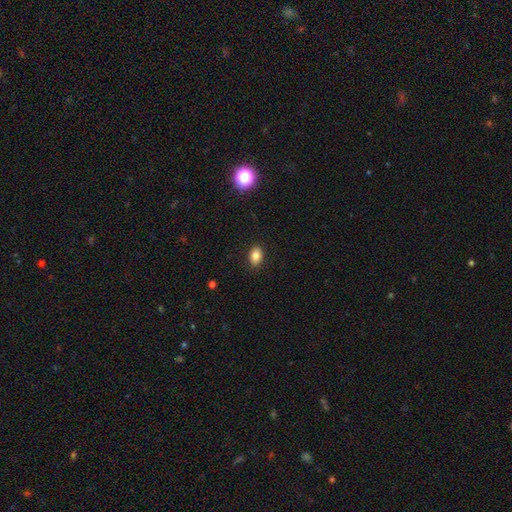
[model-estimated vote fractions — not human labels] smooth 83%, star or artifact 10%, featured or disk 7%. Down the decision tree: how rounded — in between (78%); merging — none (88%).